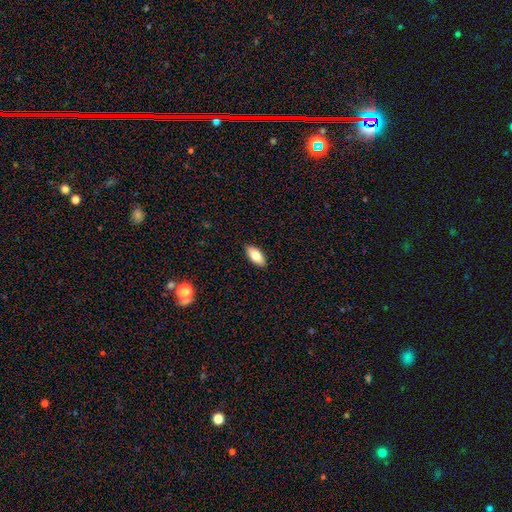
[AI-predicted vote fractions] The model was most divided on "smooth or featured": smooth: 79%, featured or disk: 14%, star or artifact: 7%. More confident: merging — none (89%); how rounded — in between (87%).